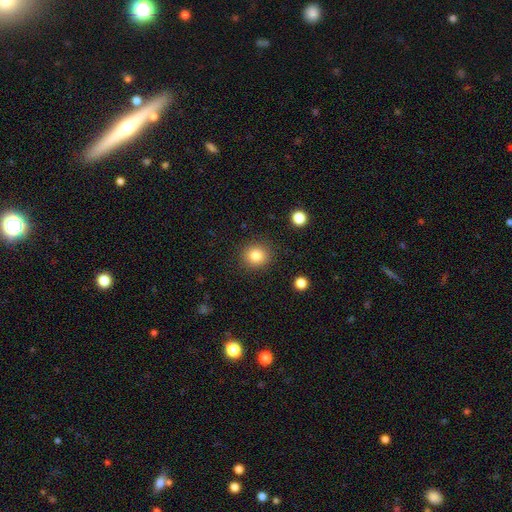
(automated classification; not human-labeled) A smooth galaxy with no disk features (83%) that is round (88%). Merging: none (89%).